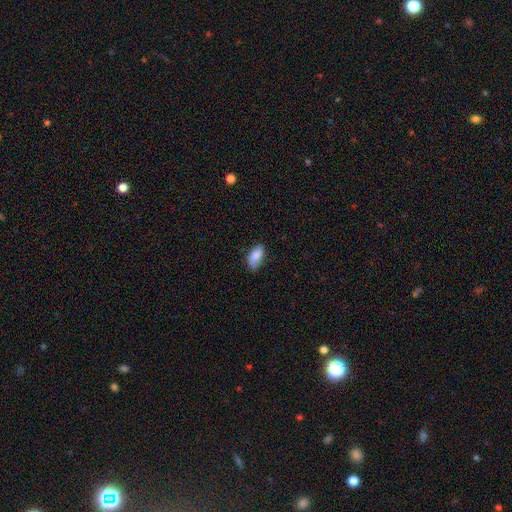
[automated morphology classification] type=smooth (83%); roundness=in between (92%); merging=none (71%).